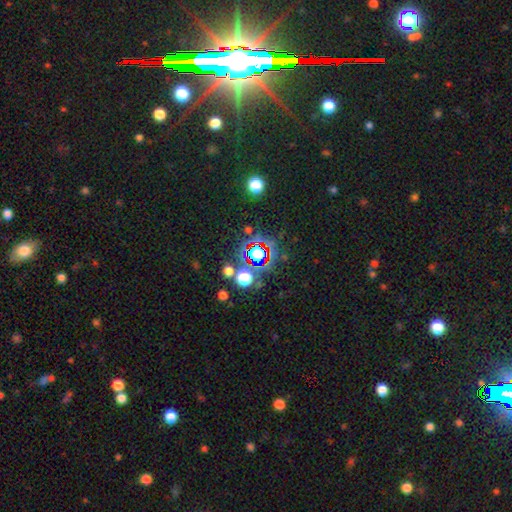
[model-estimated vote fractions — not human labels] smooth-or-featured: star or artifact: 64% | smooth: 25% | featured or disk: 11%